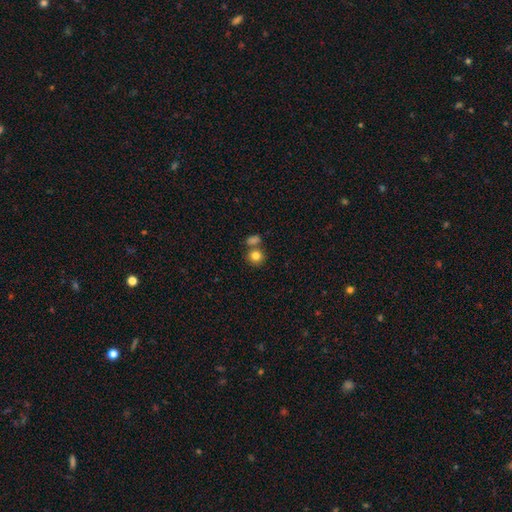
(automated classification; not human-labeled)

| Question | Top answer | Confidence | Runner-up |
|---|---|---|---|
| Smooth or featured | smooth | 82% | star or artifact (11%) |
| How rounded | round | 85% | in between (14%) |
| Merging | none | 65% | merger (22%) |